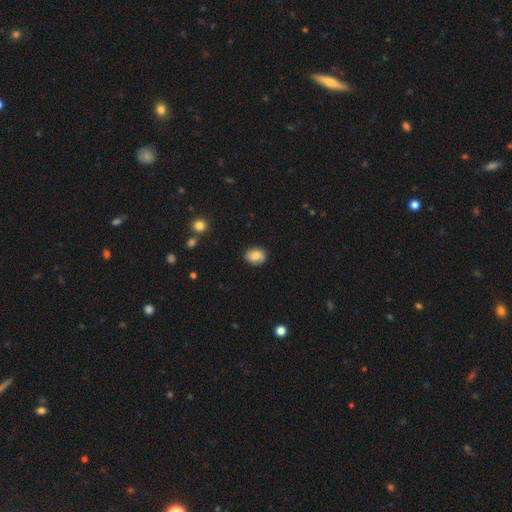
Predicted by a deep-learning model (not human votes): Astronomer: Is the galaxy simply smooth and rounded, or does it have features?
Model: smooth — 77%.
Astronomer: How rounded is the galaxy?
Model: in between — 51% (runner-up: round, 47%).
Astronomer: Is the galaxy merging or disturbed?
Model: none — 86%.